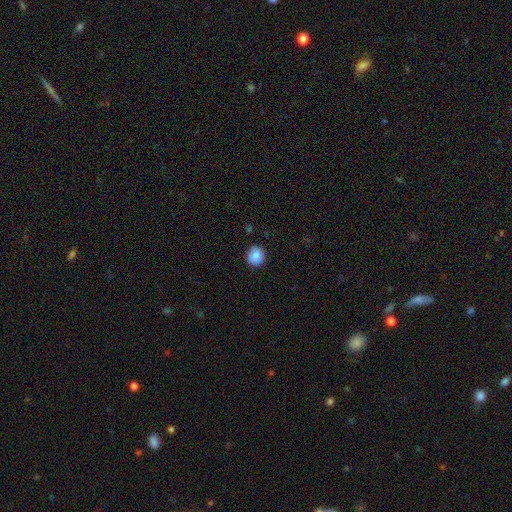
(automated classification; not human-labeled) Overall: smooth (86%). How rounded: round (90%). Merging: none (86%).